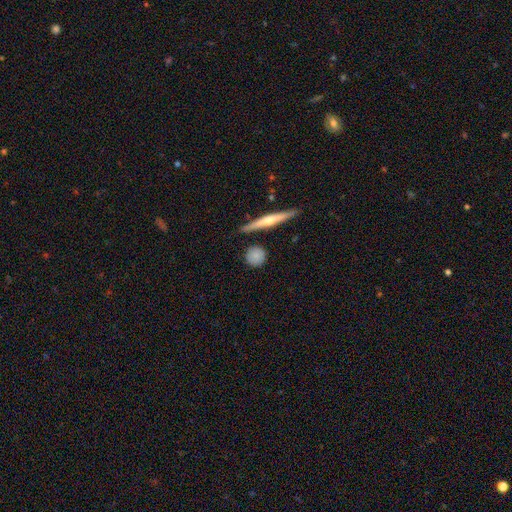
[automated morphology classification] This is likely a smooth galaxy (77%). How rounded: clearly round (86%). Merging: clearly none (84%).